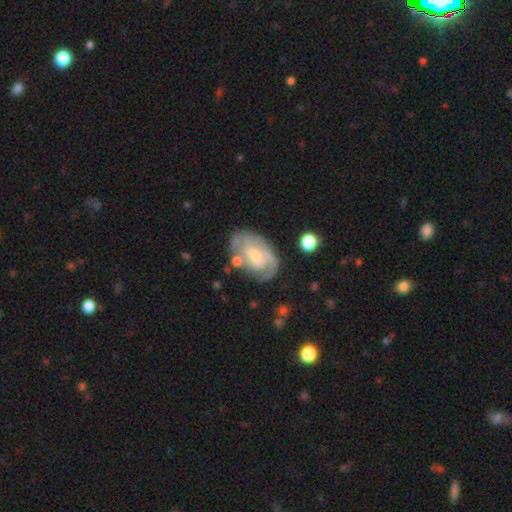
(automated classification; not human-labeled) Smooth or featured: featured or disk — 73% (smooth — 21%)
Edge-on disk: no — 96% (yes — 4%)
Bar: weak — 45% (no — 43%)
Spiral arms: yes — 84% (no — 16%)
Spiral winding: tight — 50% (medium — 36%)
Spiral arm count: 2 — 41% (can't tell — 30%)
Bulge size: small — 50% (moderate — 40%)
Merging: none — 59% (minor disturbance — 22%)